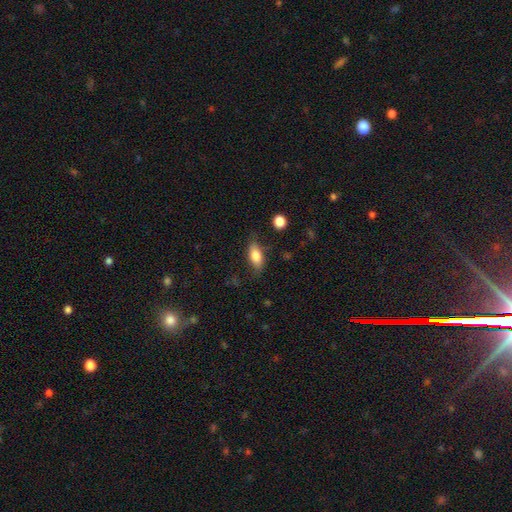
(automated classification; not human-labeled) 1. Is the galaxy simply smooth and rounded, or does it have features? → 76% smooth, 17% featured or disk, 7% star or artifact.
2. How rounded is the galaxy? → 83% in between, 13% cigar-shaped, 5% round.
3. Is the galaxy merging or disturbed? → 73% none, 19% minor disturbance, 5% major disturbance, 2% merger.